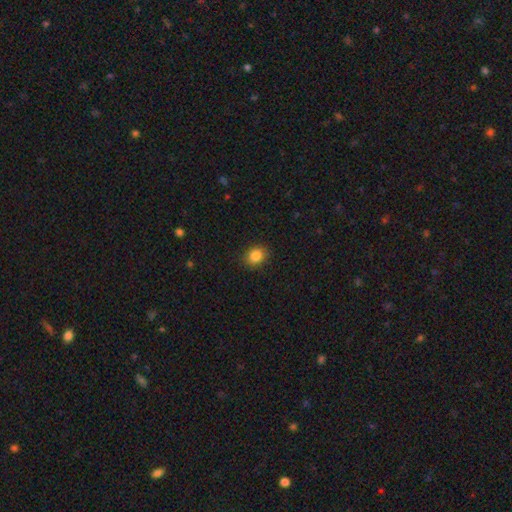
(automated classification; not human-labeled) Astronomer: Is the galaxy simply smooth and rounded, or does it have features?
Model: smooth — 86%.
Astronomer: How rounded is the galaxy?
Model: round — 55% (runner-up: in between, 44%).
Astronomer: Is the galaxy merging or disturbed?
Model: none — 88%.